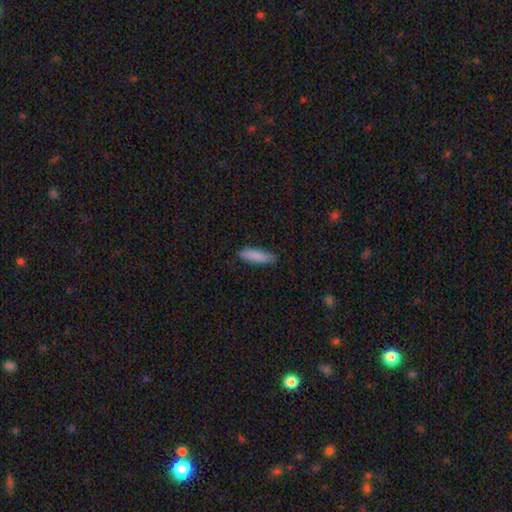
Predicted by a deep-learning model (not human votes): Morphology: type=smooth (86%); roundness=cigar-shaped (69%); merging=none (83%).